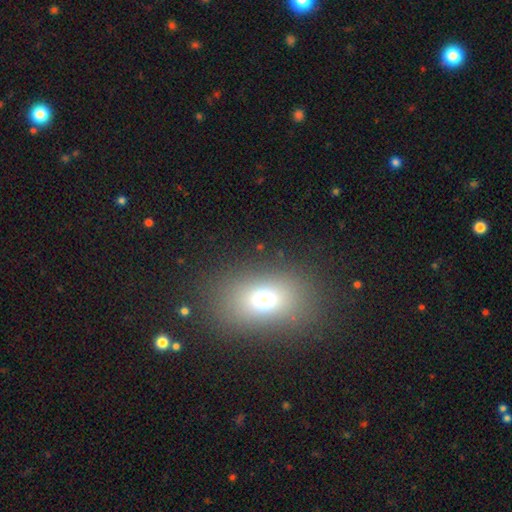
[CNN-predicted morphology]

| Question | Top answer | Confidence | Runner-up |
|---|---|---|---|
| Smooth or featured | smooth | 68% | star or artifact (21%) |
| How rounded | in between | 75% | round (22%) |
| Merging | none | 86% | minor disturbance (8%) |